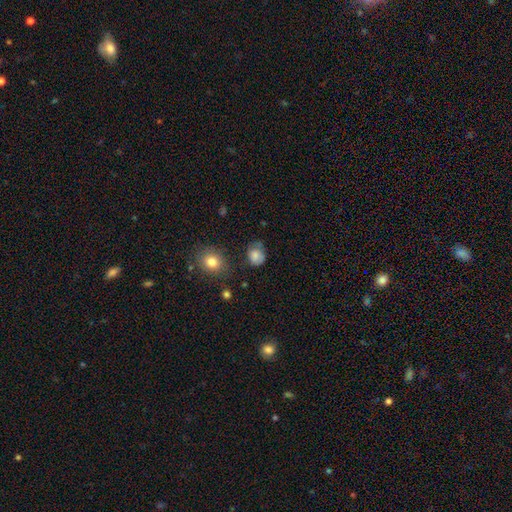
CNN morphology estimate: Smooth or featured? Predicted: smooth (p=0.80). How rounded? Predicted: round (p=0.64). Merging? Predicted: none (p=0.54).